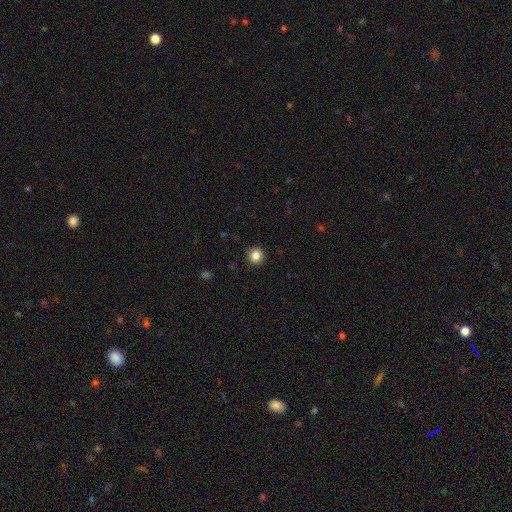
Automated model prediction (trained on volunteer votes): This is clearly a smooth galaxy (85%). How rounded: clearly round (88%). Merging: clearly none (91%).